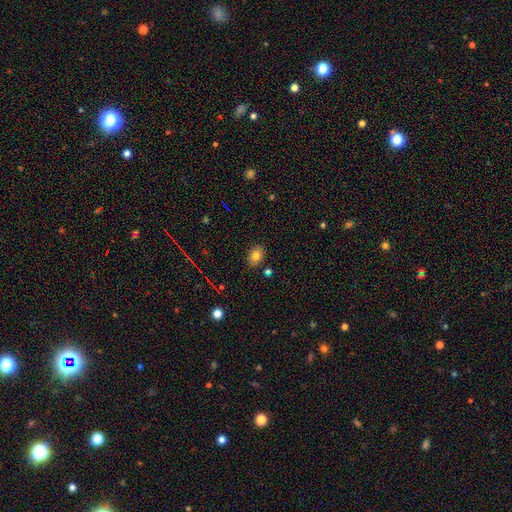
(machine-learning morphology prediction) Smooth or featured? Predicted: smooth (p=0.79). How rounded? Predicted: in between (p=0.76). Merging? Predicted: none (p=0.84).